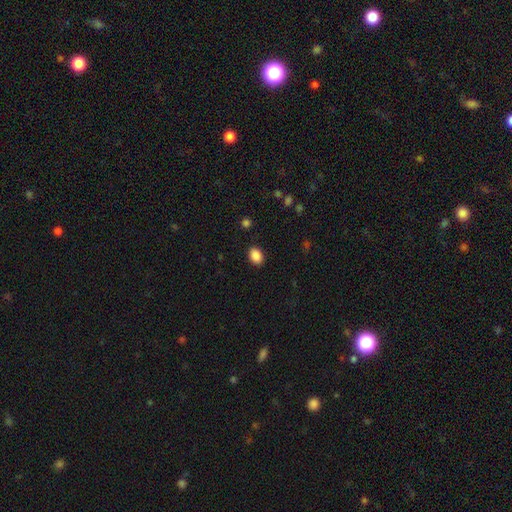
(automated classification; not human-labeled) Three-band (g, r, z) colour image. It shows a smooth galaxy with no disk features (88%) that is in between round and cigar-shaped (78%). Merging: none (89%).